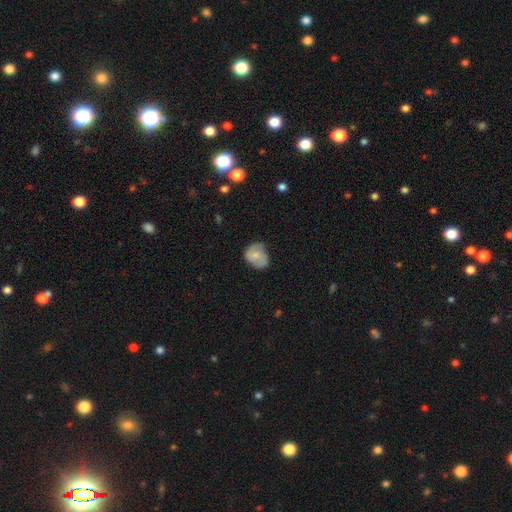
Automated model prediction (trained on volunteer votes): This is likely a smooth galaxy (67%). How rounded: possibly round (52%). Merging: possibly none (52%).